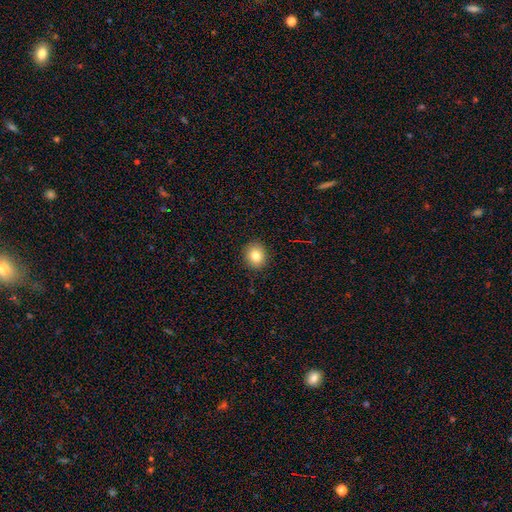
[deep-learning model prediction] This appears to be a smooth galaxy with no disk features (81%) that is round (75%). Merging: none (91%).